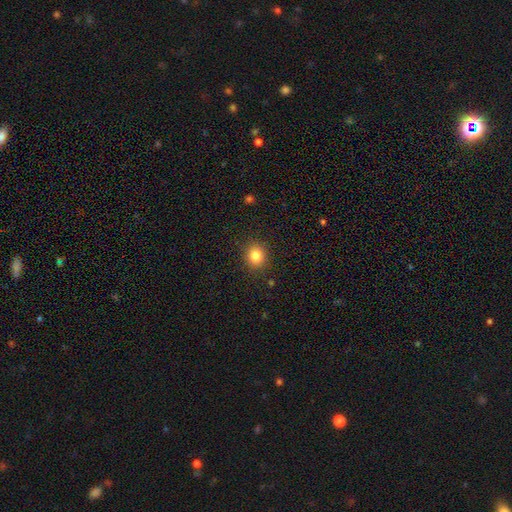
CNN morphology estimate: Smooth or featured?
  - smooth: 83% *
  - star or artifact: 11%
  - featured or disk: 6%
How rounded?
  - round: 77% *
  - in between: 22%
  - cigar-shaped: 1%
Merging?
  - none: 89% *
  - minor disturbance: 7%
  - major disturbance: 2%
  - merger: 1%